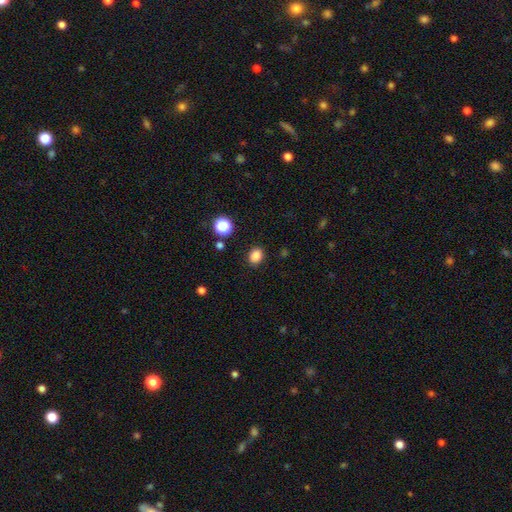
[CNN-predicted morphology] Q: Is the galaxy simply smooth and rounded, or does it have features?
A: smooth — 85%.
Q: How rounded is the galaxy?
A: round — 52%.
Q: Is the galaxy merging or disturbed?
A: none — 87%.